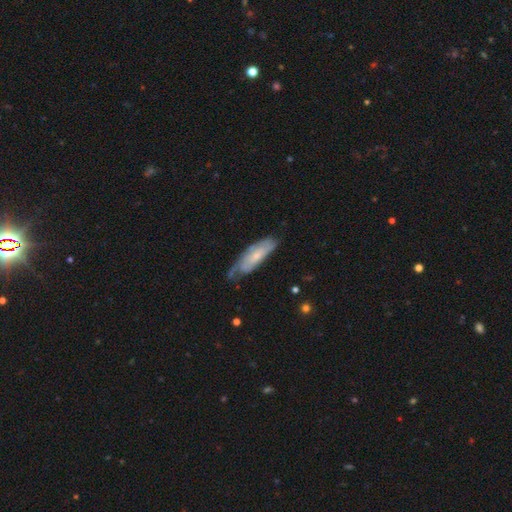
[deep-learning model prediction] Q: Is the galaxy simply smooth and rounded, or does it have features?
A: featured or disk — 52%.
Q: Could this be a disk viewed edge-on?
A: no — 77%.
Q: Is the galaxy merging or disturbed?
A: none — 47%.